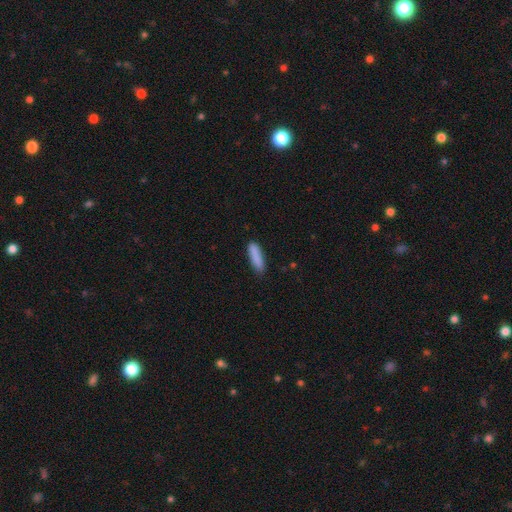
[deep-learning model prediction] This is clearly a smooth galaxy (87%). How rounded: likely cigar-shaped (68%). Merging: clearly none (81%).